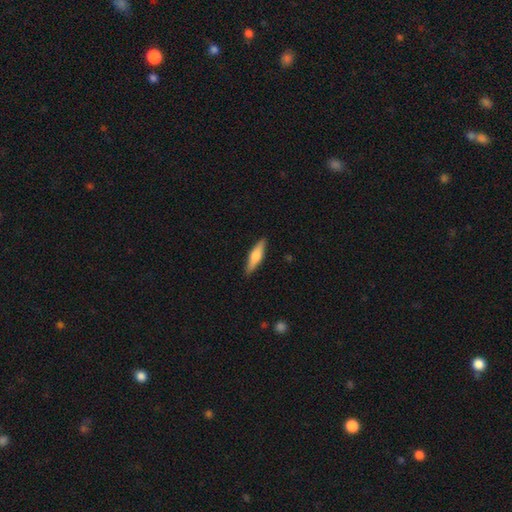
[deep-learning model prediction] smooth 57%, featured or disk 37%, star or artifact 6%. Down the decision tree: how rounded — cigar-shaped (69%); merging — none (89%).